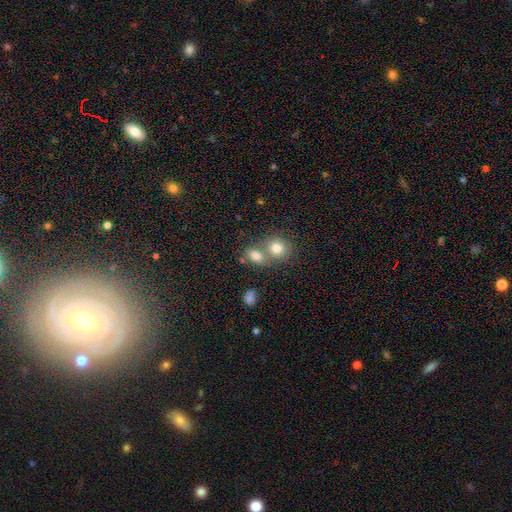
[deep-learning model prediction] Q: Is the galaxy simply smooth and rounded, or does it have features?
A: smooth — 78%.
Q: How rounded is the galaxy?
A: in between — 58%.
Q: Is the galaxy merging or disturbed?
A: merger — 48%.